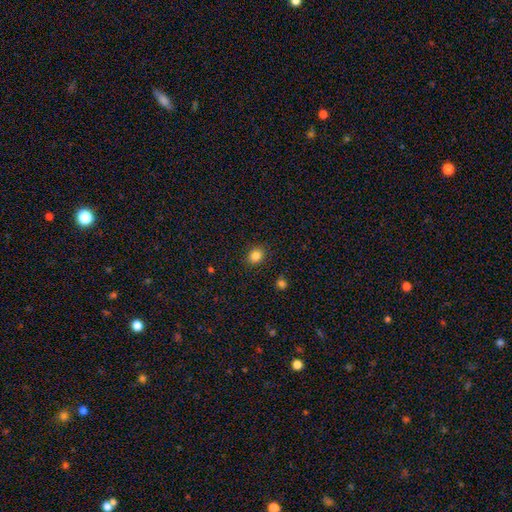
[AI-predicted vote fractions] Overall: smooth (84%). How rounded: round (62%; in between 37%). Merging: none (89%).